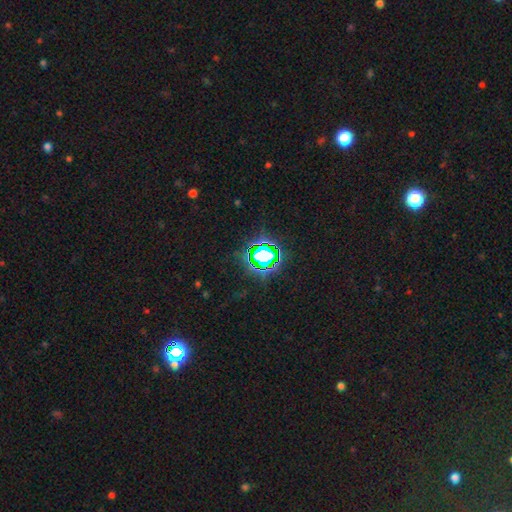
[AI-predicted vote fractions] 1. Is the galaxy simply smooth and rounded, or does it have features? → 75% star or artifact, 14% smooth, 11% featured or disk.